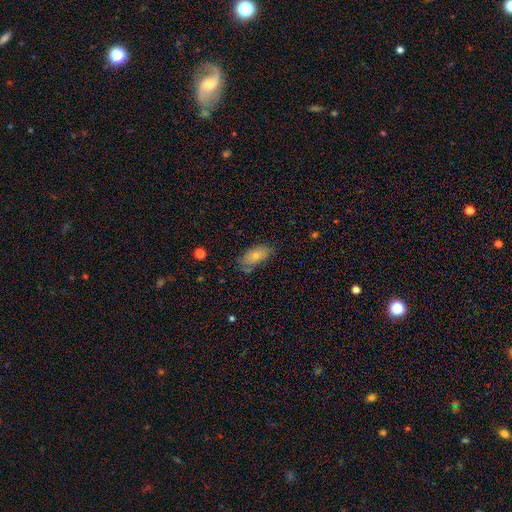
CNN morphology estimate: Overall: smooth (61%; featured or disk 27%). How rounded: in between (86%). Merging: none (70%).